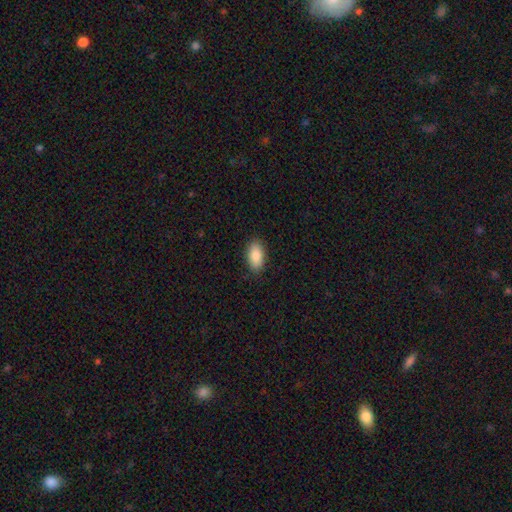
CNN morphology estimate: smooth-or-featured: smooth: 86% | featured or disk: 7% | star or artifact: 7%
  how-rounded: in between: 93% | round: 4% | cigar-shaped: 3%
  merging: none: 87% | minor disturbance: 10% | major disturbance: 2% | merger: 1%